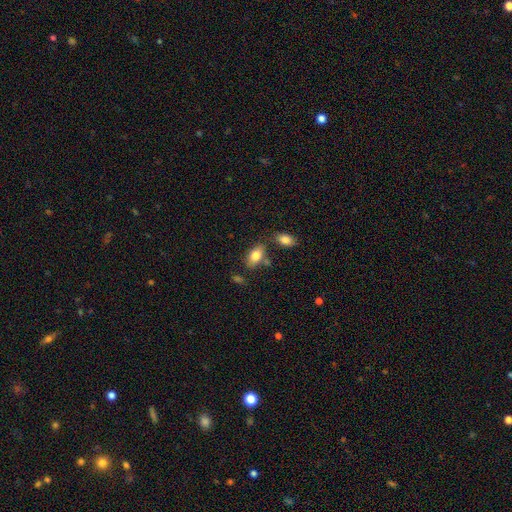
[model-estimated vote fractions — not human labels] Smooth or featured? Predicted: smooth (p=0.82). How rounded? Predicted: in between (p=0.92). Merging? Predicted: none (p=0.68).